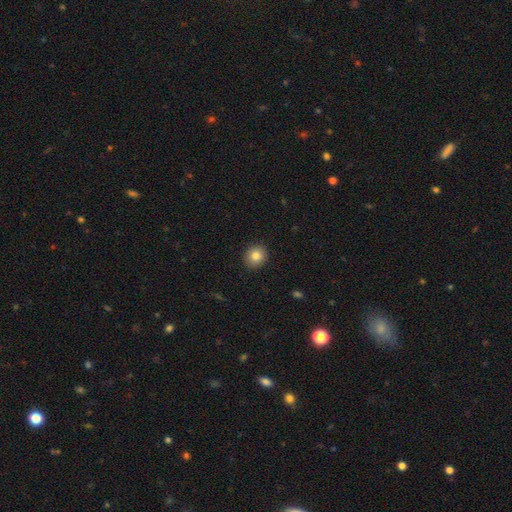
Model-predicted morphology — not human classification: Smooth or featured: smooth — 83% (star or artifact — 10%)
How rounded: round — 82% (in between — 17%)
Merging: none — 91% (minor disturbance — 6%)